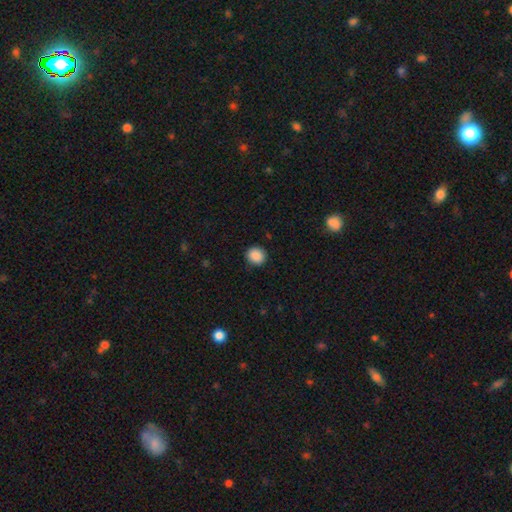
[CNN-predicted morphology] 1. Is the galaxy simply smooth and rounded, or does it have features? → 89% smooth, 9% star or artifact, 3% featured or disk.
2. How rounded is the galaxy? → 85% round, 14% in between, 1% cigar-shaped.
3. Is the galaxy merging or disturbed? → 89% none, 8% minor disturbance, 2% major disturbance, 1% merger.